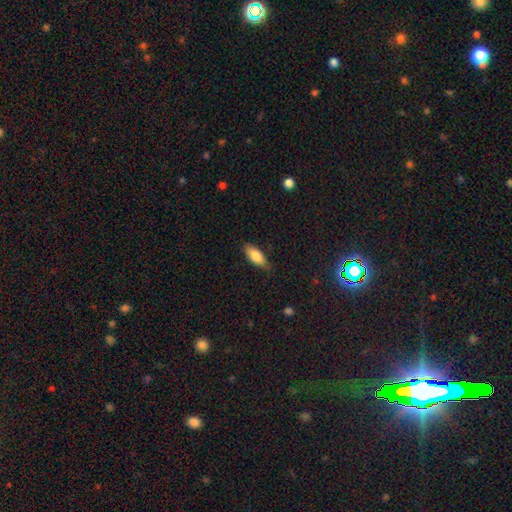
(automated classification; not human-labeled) smooth-or-featured: smooth: 81% | featured or disk: 13% | star or artifact: 6%
  how-rounded: in between: 80% | cigar-shaped: 18% | round: 2%
  merging: none: 79% | minor disturbance: 17% | major disturbance: 3% | merger: 1%